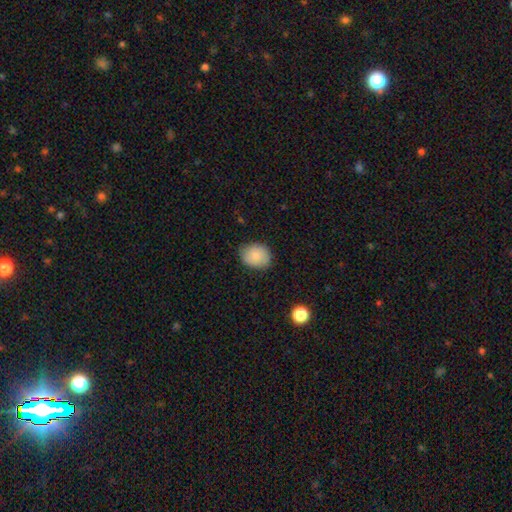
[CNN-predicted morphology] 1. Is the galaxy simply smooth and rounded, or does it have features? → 82% smooth, 11% featured or disk, 7% star or artifact.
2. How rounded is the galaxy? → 50% in between, 49% round, 1% cigar-shaped.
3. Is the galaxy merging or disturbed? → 79% none, 17% minor disturbance, 3% major disturbance, 1% merger.